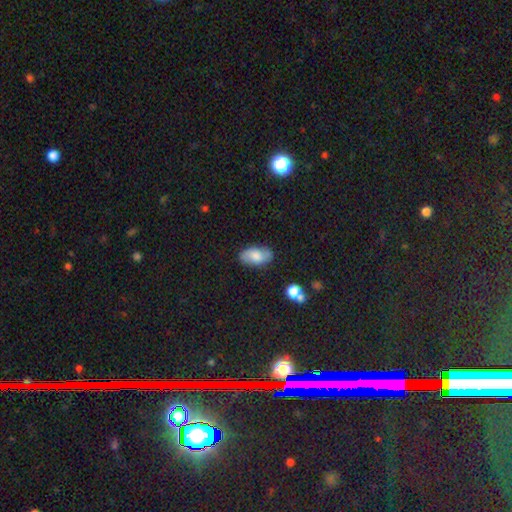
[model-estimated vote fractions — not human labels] This appears to be a smooth galaxy with no disk features (66%) that is in between round and cigar-shaped (93%). Merging: none (77%).